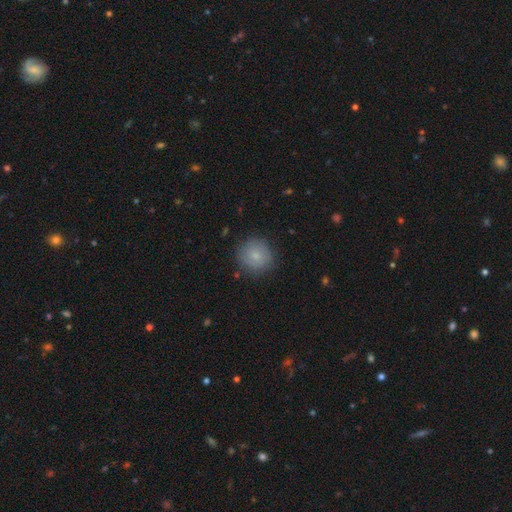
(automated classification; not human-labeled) Smooth or featured? smooth (81%)
How rounded? round (92%)
Merging? none (84%)